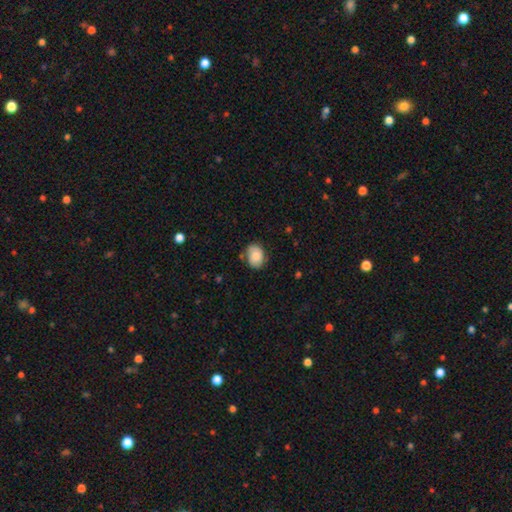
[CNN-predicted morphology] Smooth or featured: smooth — 72% (featured or disk — 20%)
How rounded: in between — 67% (round — 32%)
Merging: none — 69% (minor disturbance — 22%)